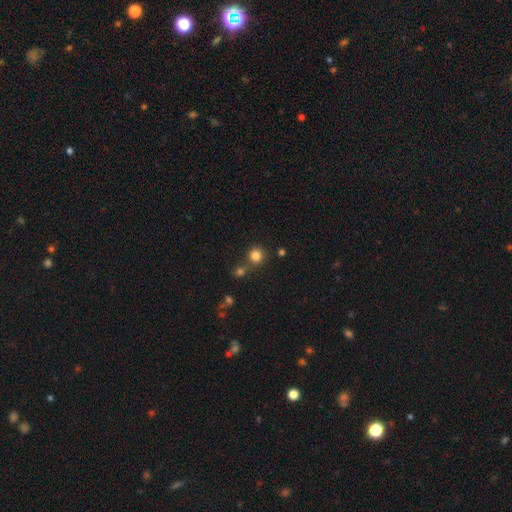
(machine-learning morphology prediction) smooth_or_featured: smooth (p=0.80) [alt: star or artifact p=0.14]
how_rounded: round (p=0.91) [alt: in between p=0.08]
merging: none (p=0.69) [alt: merger p=0.20]